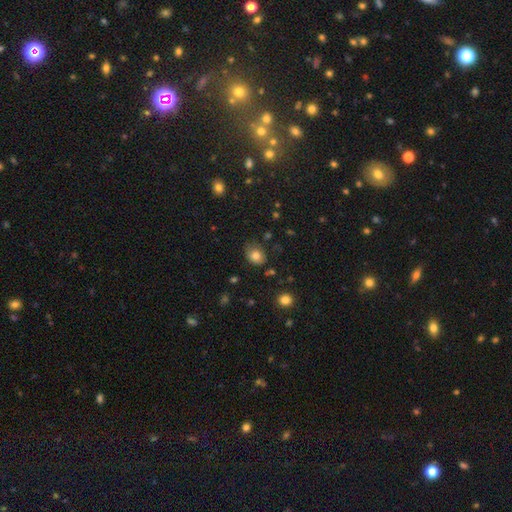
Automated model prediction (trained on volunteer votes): Smooth or featured: smooth — 79% (star or artifact — 11%)
How rounded: round — 51% (in between — 48%)
Merging: none — 67% (minor disturbance — 25%)